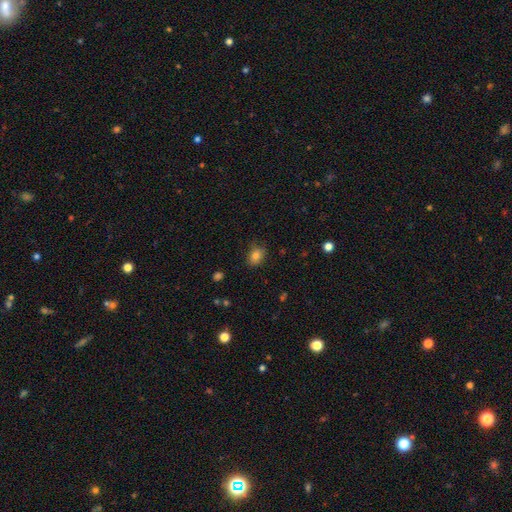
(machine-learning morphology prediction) Overall: smooth (79%). How rounded: in between (60%; round 39%). Merging: none (77%).